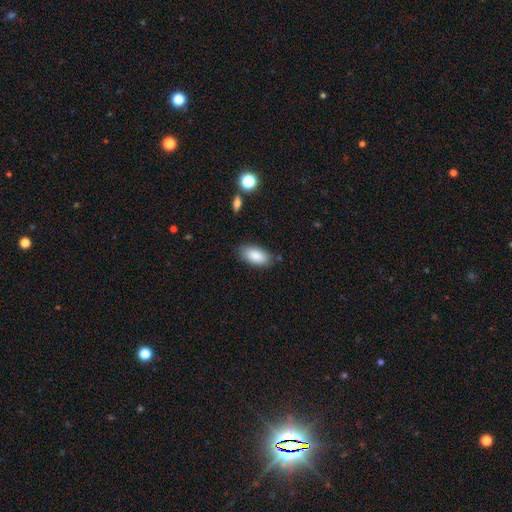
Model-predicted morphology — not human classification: smooth_or_featured: smooth (p=0.87) [alt: star or artifact p=0.07]
how_rounded: in between (p=0.92) [alt: cigar-shaped p=0.06]
merging: none (p=0.81) [alt: minor disturbance p=0.14]